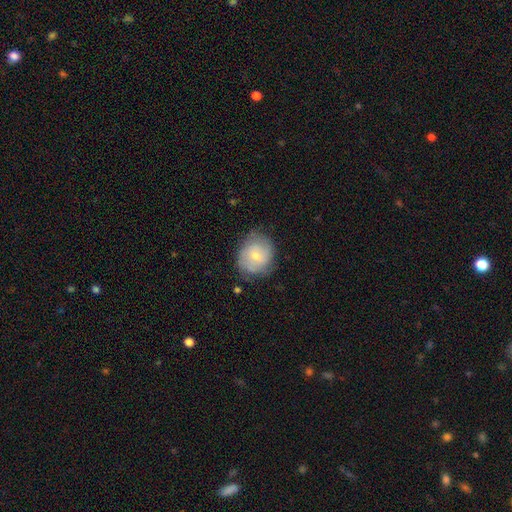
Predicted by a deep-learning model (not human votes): Smooth or featured?
  - smooth: 55% *
  - featured or disk: 38%
  - star or artifact: 7%
How rounded?
  - round: 72% *
  - in between: 27%
  - cigar-shaped: 1%
Merging?
  - none: 66% *
  - minor disturbance: 25%
  - major disturbance: 7%
  - merger: 2%